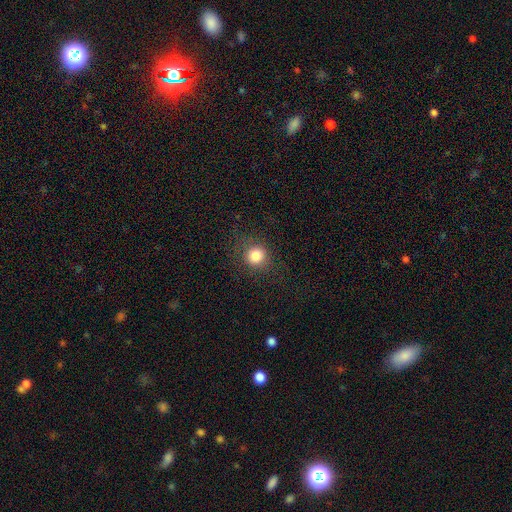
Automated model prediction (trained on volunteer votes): A smooth galaxy with no disk features (82%) that is round (90%). Merging: none (86%).